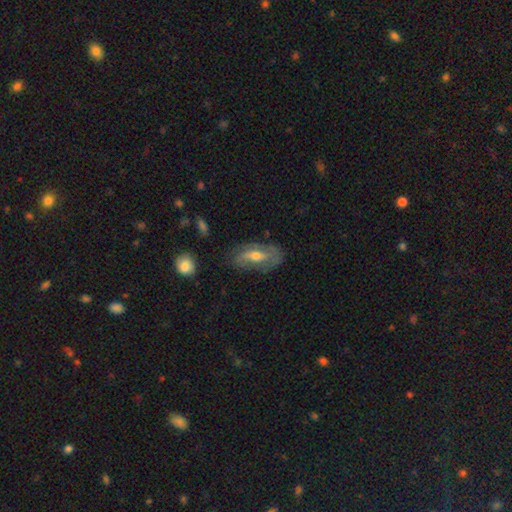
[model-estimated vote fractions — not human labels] smooth_or_featured: featured or disk (p=0.60) [alt: smooth p=0.33]
disk_edge_on: no (p=0.85) [alt: yes p=0.15]
bar: weak (p=0.39) [alt: no p=0.36]
has_spiral_arms: yes (p=0.68) [alt: no p=0.32]
bulge_size: moderate (p=0.64) [alt: small p=0.28]
merging: none (p=0.66) [alt: minor disturbance p=0.22]